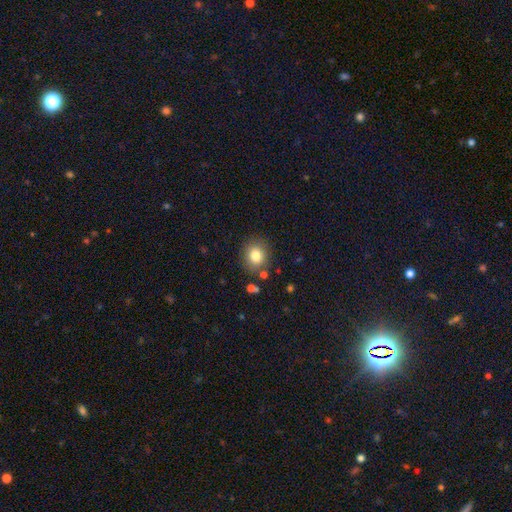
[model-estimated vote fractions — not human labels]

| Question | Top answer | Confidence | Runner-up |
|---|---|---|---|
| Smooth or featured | smooth | 81% | star or artifact (11%) |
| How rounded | round | 76% | in between (23%) |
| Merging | none | 83% | minor disturbance (10%) |